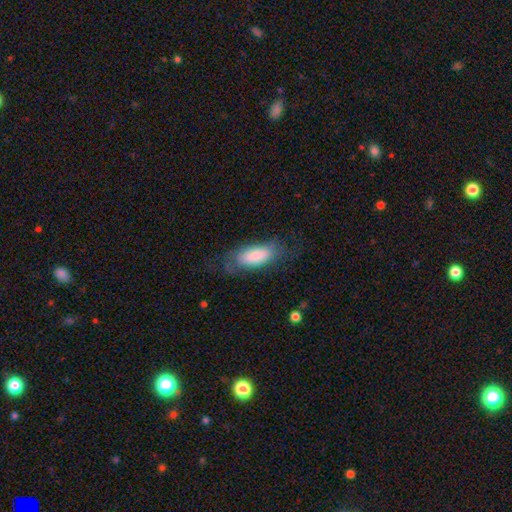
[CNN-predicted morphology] Smooth or featured? smooth (76%)
How rounded? in between (85%)
Merging? none (59%)